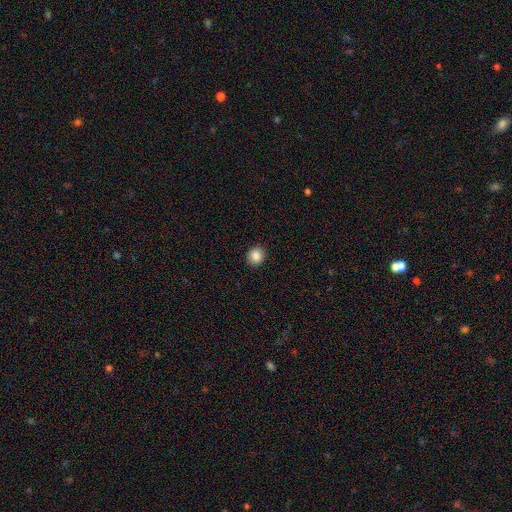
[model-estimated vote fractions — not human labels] This is clearly a smooth galaxy (86%). How rounded: clearly round (86%). Merging: clearly none (92%).